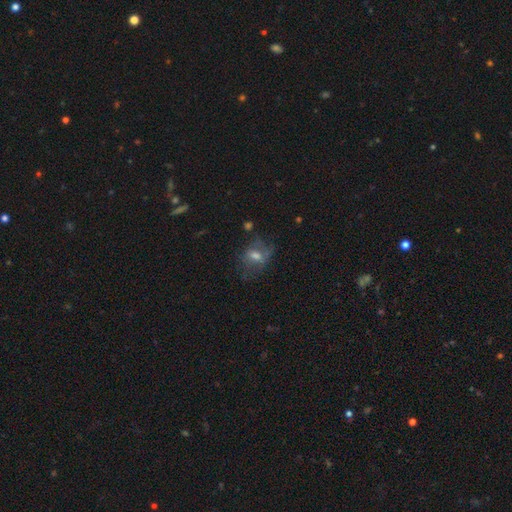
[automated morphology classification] featured or disk 44%, smooth 40%, star or artifact 16%. Down the decision tree: merging — none (49%).